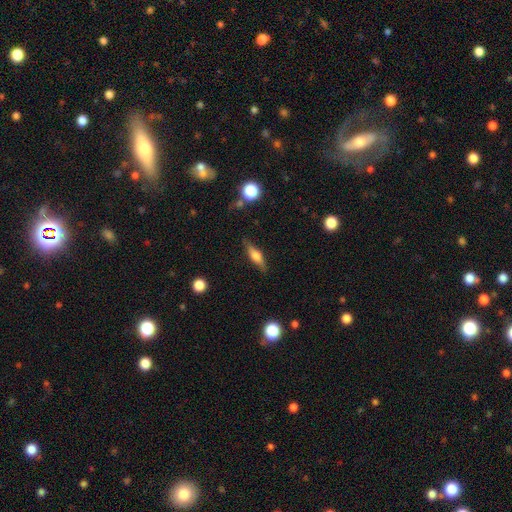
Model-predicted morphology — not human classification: featured or disk 52%, smooth 40%, star or artifact 8%. Down the decision tree: edge-on disk — yes (93%); merging — none (82%).